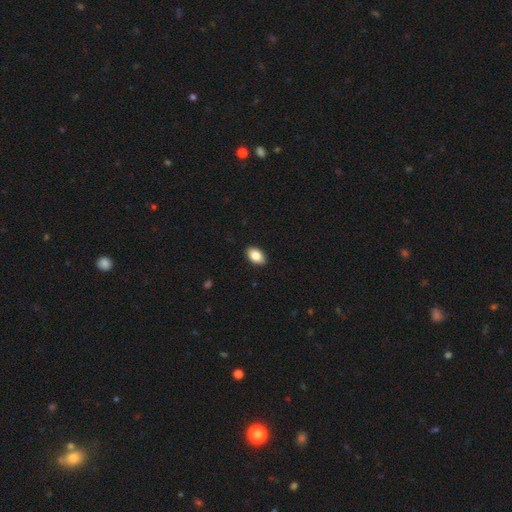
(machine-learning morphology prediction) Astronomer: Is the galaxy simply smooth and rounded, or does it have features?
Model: smooth — 85%.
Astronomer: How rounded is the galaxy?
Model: in between — 91%.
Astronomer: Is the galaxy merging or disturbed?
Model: none — 89%.